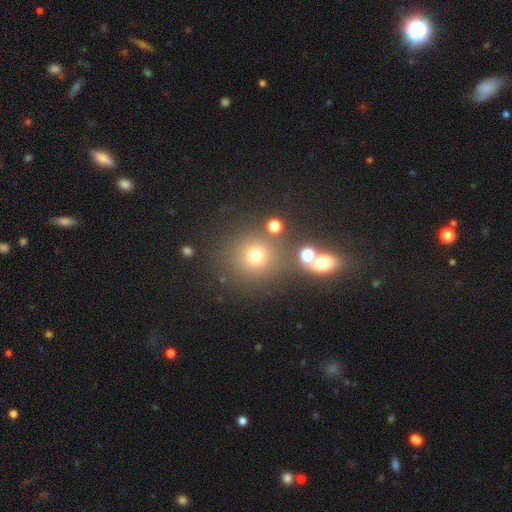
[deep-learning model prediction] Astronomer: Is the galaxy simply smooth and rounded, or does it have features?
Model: smooth — 70%.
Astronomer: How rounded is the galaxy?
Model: round — 90%.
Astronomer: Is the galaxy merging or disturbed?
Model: none — 76%.